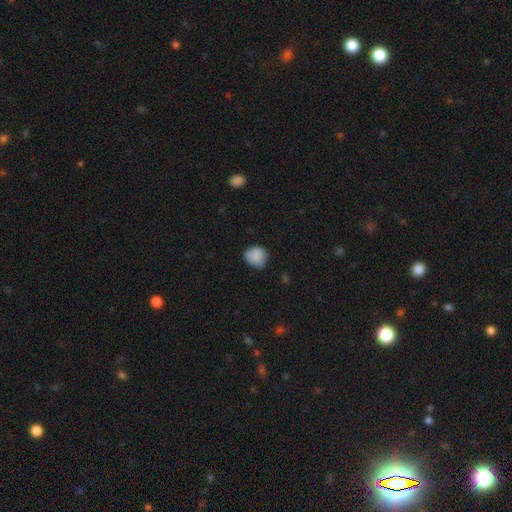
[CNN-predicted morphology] This is clearly a smooth galaxy (82%). How rounded: likely round (75%). Merging: likely none (65%).